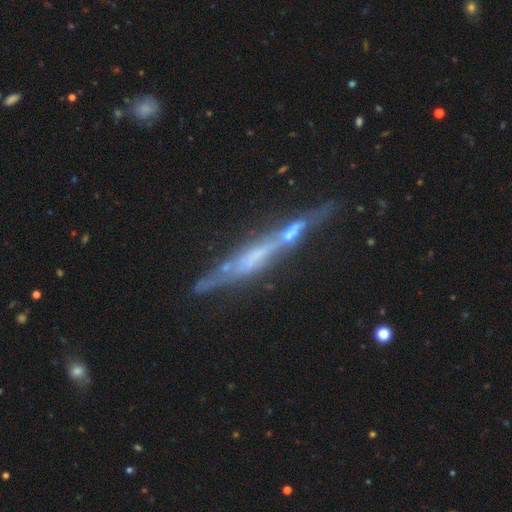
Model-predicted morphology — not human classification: Overall: featured or disk (75%). Edge-on disk: yes (91%). Edge-on bulge: none (62%). Merging: none (68%).